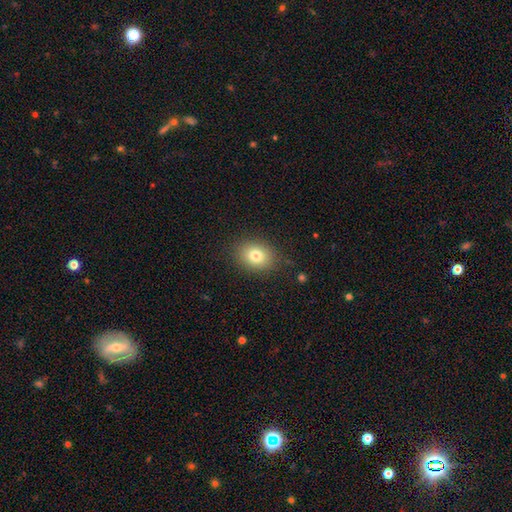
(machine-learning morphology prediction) smooth 78%, star or artifact 11%, featured or disk 11%. Down the decision tree: how rounded — in between (54%); merging — none (85%).